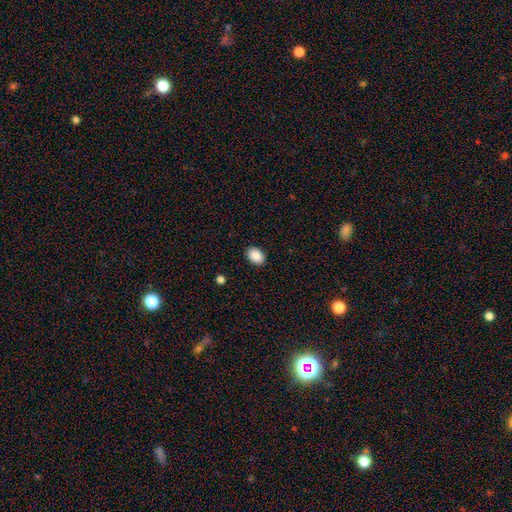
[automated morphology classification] The model was most divided on "how rounded": in between: 76%, round: 23%, cigar-shaped: 1%. More confident: merging — none (90%); smooth or featured — smooth (88%).